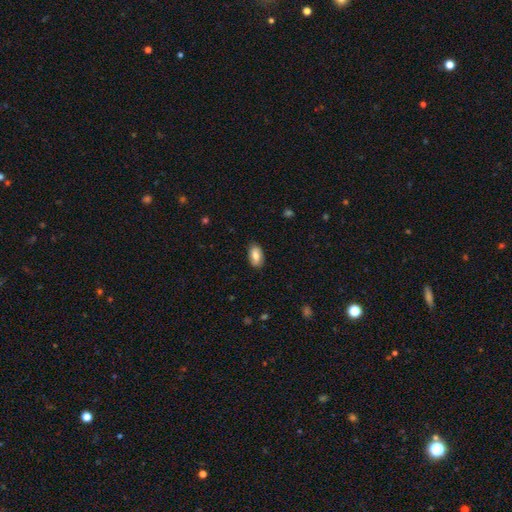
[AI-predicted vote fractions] Smooth or featured? smooth (75%)
How rounded? in between (93%)
Merging? none (85%)